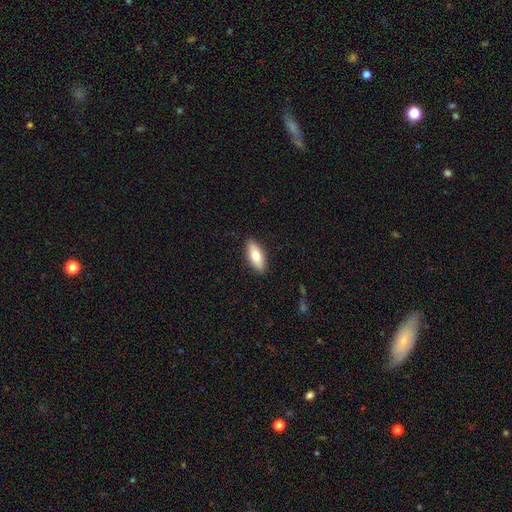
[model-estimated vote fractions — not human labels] This appears to be a smooth galaxy with no disk features (77%) that is in between round and cigar-shaped (80%). Merging: none (89%).